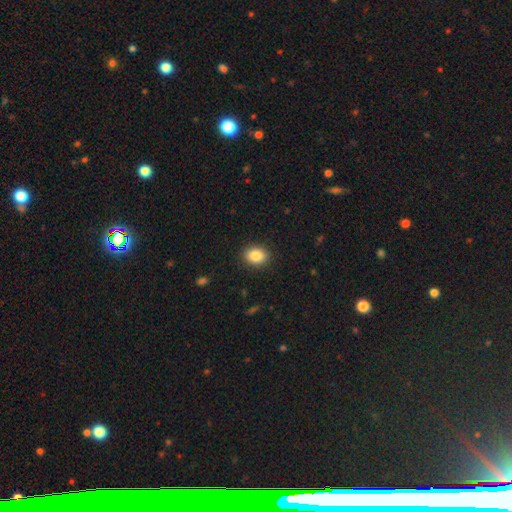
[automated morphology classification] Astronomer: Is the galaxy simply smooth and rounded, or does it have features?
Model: smooth — 86%.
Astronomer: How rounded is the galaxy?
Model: in between — 66%.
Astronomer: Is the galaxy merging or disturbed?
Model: none — 90%.